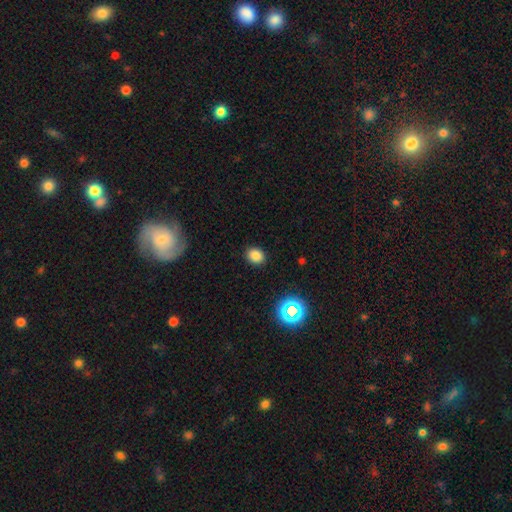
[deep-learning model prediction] A smooth galaxy with no disk features (81%) that is round (51%).

Vote fractions:
- Smooth or featured? smooth: 81% / star or artifact: 14% / featured or disk: 5%
- How rounded? round: 51% / in between: 48% / cigar-shaped: 1%
- Merging? none: 89% / minor disturbance: 8% / major disturbance: 2% / merger: 1%